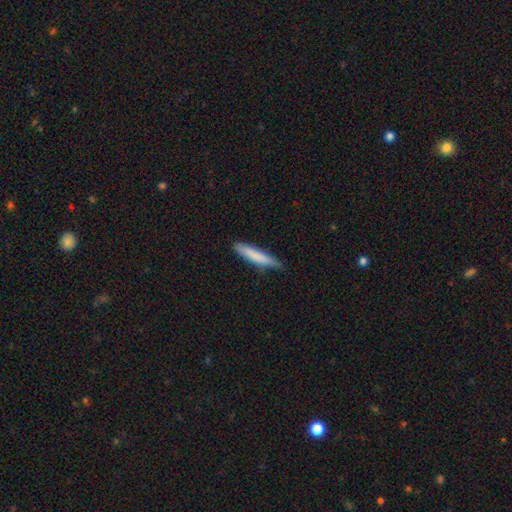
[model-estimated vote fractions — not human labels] smooth 79%, featured or disk 16%, star or artifact 6%. Down the decision tree: how rounded — cigar-shaped (90%); merging — none (74%).